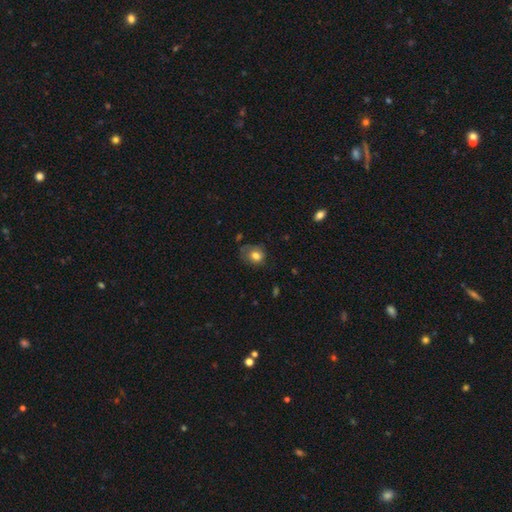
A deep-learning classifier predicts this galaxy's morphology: Overall: smooth (75%). How rounded: round (55%; in between 44%). Merging: none (51%; minor disturbance 31%).